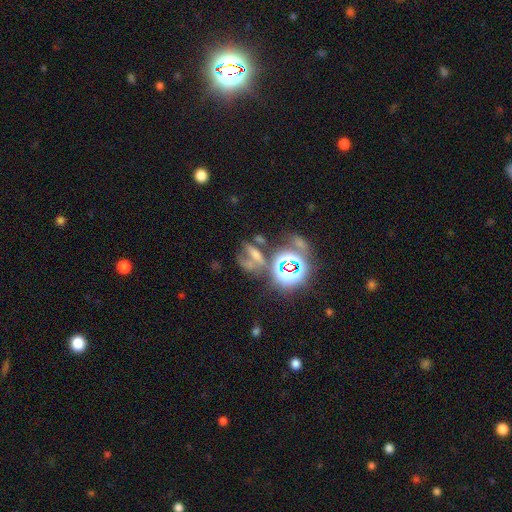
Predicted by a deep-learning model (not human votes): This appears to be a star or artifact, not a galaxy (47%).